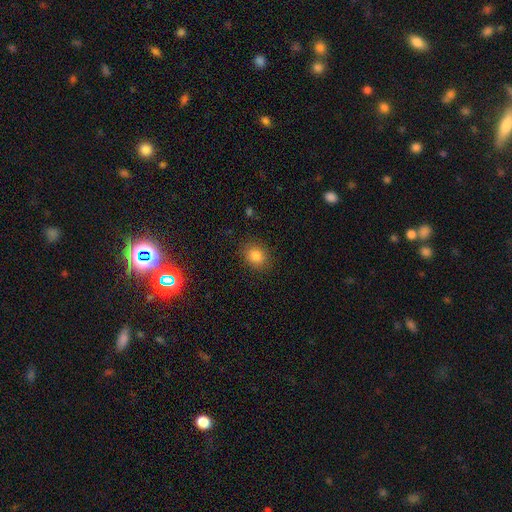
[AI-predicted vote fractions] Q: Smooth or featured?
A: smooth (83%); runner-up: star or artifact (11%)
Q: How rounded?
A: round (57%); runner-up: in between (42%)
Q: Merging?
A: none (86%); runner-up: minor disturbance (10%)